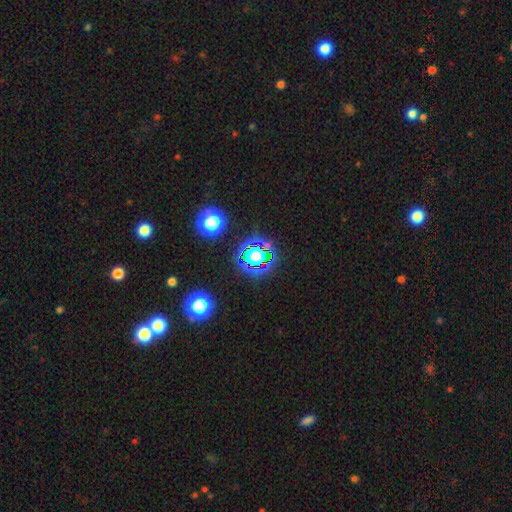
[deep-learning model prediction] A star or artifact, not a galaxy (61%).